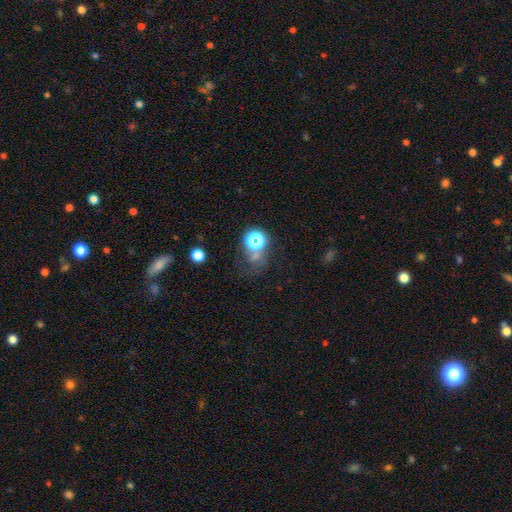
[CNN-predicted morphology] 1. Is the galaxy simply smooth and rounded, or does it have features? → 52% star or artifact, 32% smooth, 16% featured or disk.